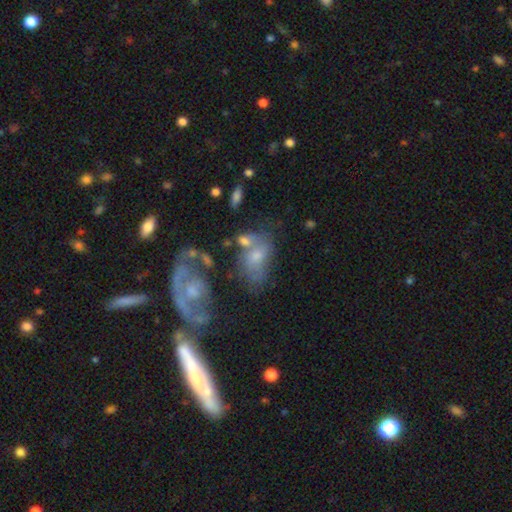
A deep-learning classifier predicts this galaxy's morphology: Overall: smooth (45%; featured or disk 42%). Merging: none (34%; merger 23%).